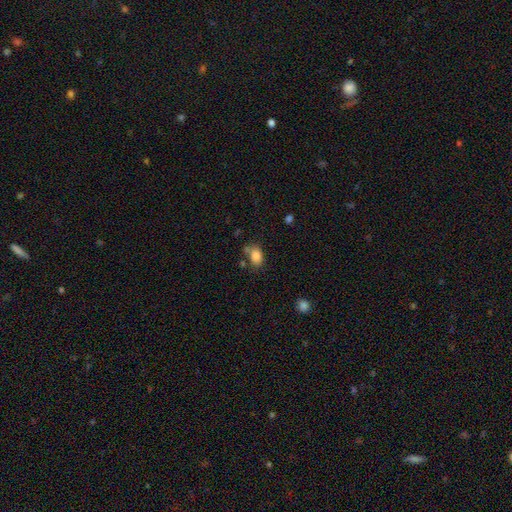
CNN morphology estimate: This appears to be a smooth galaxy with no disk features (84%) that is in between round and cigar-shaped (78%). Merging: none (59%).